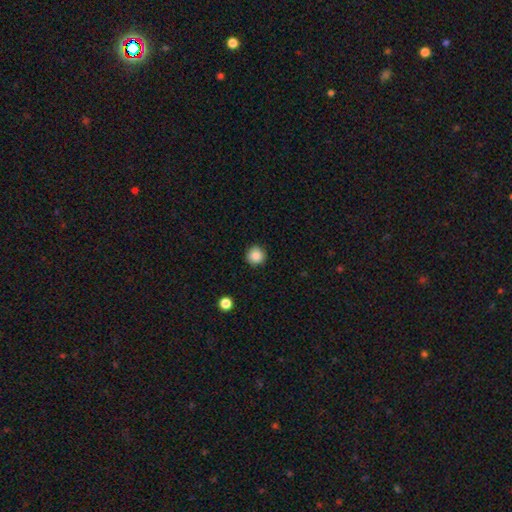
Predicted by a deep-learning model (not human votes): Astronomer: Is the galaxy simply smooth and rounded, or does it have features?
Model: smooth — 87%.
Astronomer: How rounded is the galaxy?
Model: round — 95%.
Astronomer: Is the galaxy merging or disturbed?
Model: none — 91%.